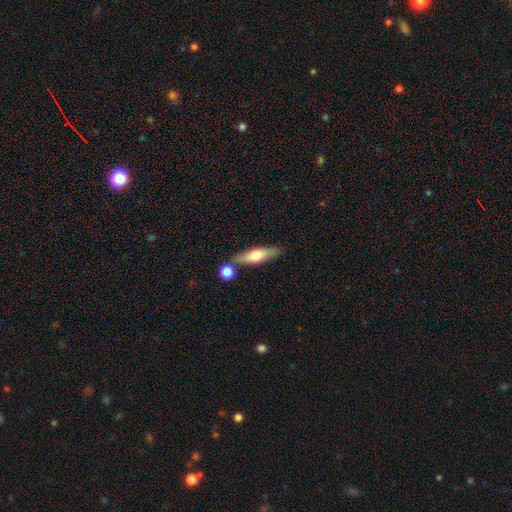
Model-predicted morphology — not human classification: smooth-or-featured: smooth: 58% | featured or disk: 36% | star or artifact: 6%
  how-rounded: cigar-shaped: 64% | in between: 33% | round: 3%
  merging: none: 70% | merger: 14% | minor disturbance: 12% | major disturbance: 3%